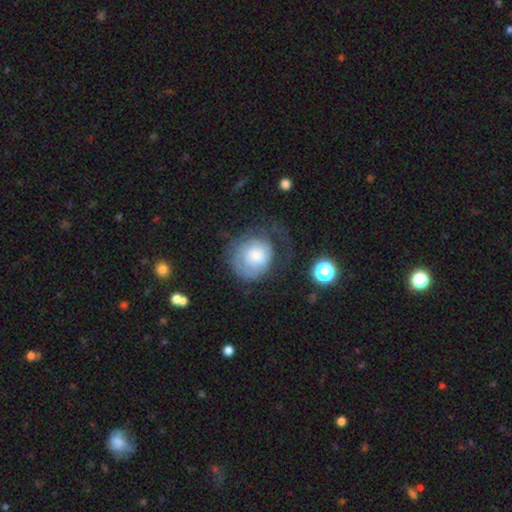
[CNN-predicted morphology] A smooth galaxy with no disk features (46%, tied with featured or disk). Merging: major disturbance (40%).